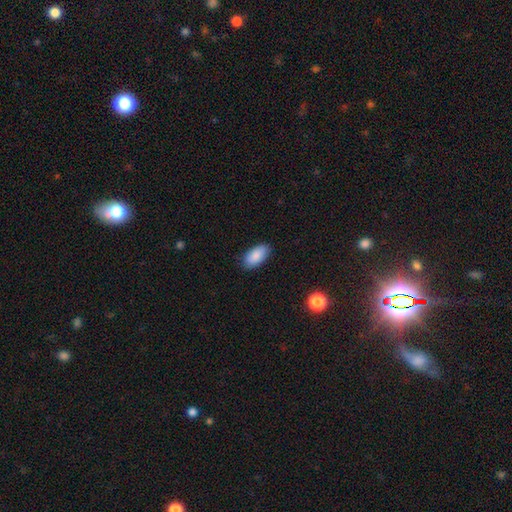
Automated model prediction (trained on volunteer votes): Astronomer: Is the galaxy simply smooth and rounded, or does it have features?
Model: smooth — 87%.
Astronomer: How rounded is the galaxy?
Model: in between — 92%.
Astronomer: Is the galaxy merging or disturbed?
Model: none — 86%.